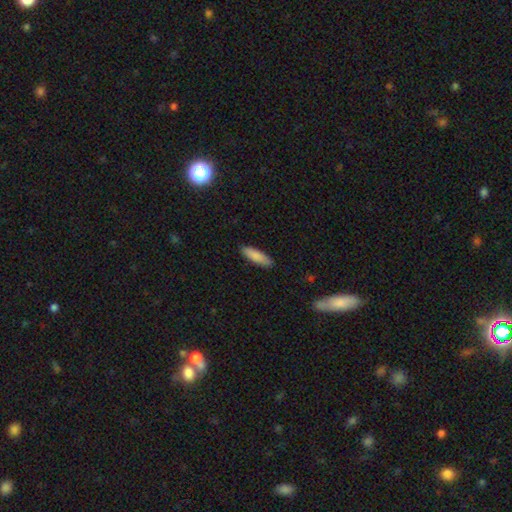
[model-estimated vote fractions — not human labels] Smooth or featured: smooth — 86% (featured or disk — 9%)
How rounded: cigar-shaped — 56% (in between — 42%)
Merging: none — 88% (minor disturbance — 10%)